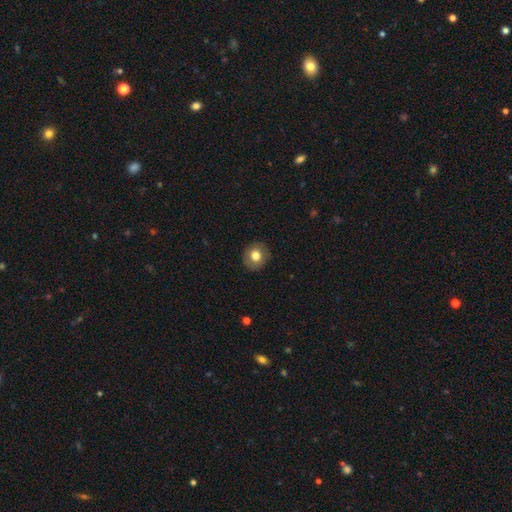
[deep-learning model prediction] Smooth or featured? Predicted: smooth (p=0.77). How rounded? Predicted: round (p=0.84). Merging? Predicted: none (p=0.88).